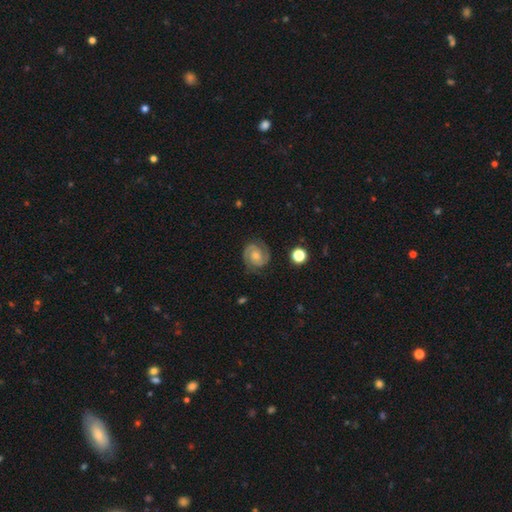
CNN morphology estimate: Q: Smooth or featured?
A: featured or disk (86%); runner-up: smooth (9%)
Q: Edge-on disk?
A: no (98%); runner-up: yes (2%)
Q: Bar?
A: no (64%); runner-up: weak (29%)
Q: Spiral arms?
A: yes (98%); runner-up: no (2%)
Q: Spiral winding?
A: tight (56%); runner-up: medium (38%)
Q: Spiral arm count?
A: 2 (91%); runner-up: can't tell (3%)
Q: Bulge size?
A: moderate (50%); runner-up: small (40%)
Q: Merging?
A: none (83%); runner-up: minor disturbance (12%)